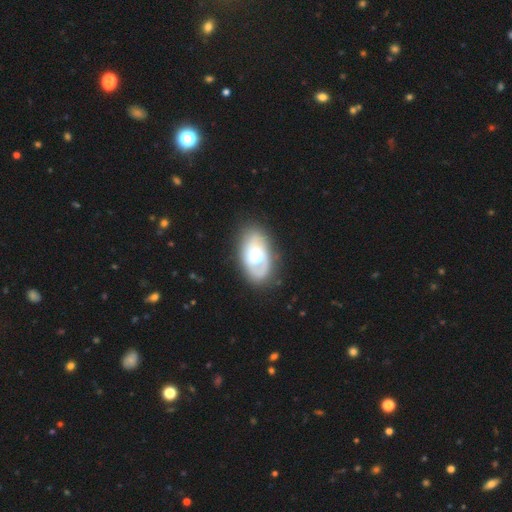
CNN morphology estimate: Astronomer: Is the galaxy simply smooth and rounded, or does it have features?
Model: featured or disk — 55% (runner-up: smooth, 38%).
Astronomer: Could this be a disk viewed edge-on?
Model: no — 94%.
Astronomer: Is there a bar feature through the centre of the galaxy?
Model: no — 65%.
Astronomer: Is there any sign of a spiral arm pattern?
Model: yes — 62% (runner-up: no, 38%).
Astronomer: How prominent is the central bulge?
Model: large — 46% (runner-up: moderate, 35%).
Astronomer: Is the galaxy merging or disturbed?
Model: none — 72%.